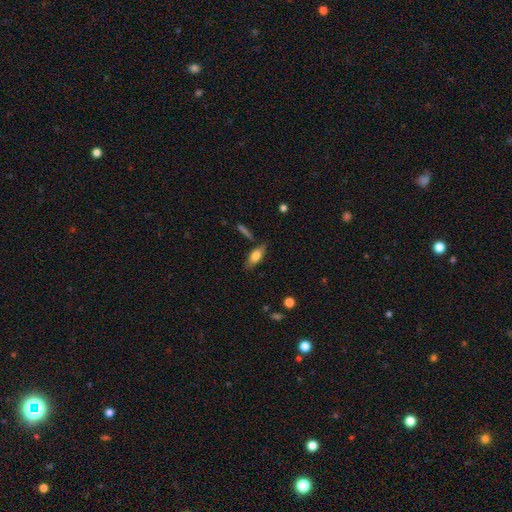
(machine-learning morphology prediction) The model was most divided on "smooth or featured": smooth: 72%, featured or disk: 21%, star or artifact: 7%. More confident: merging — none (78%); how rounded — in between (75%).